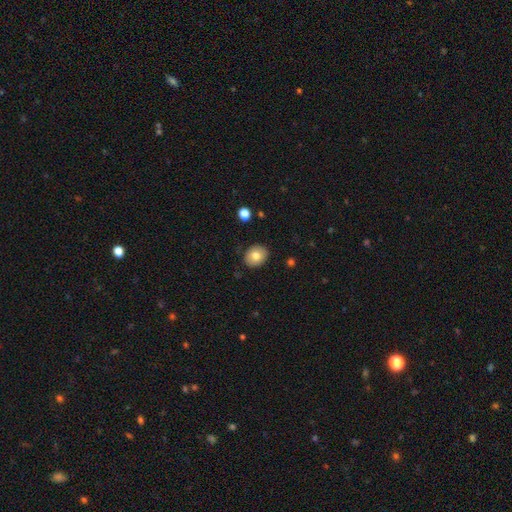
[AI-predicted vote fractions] Smooth or featured? Predicted: smooth (p=0.78). How rounded? Predicted: round (p=0.61). Merging? Predicted: none (p=0.88).